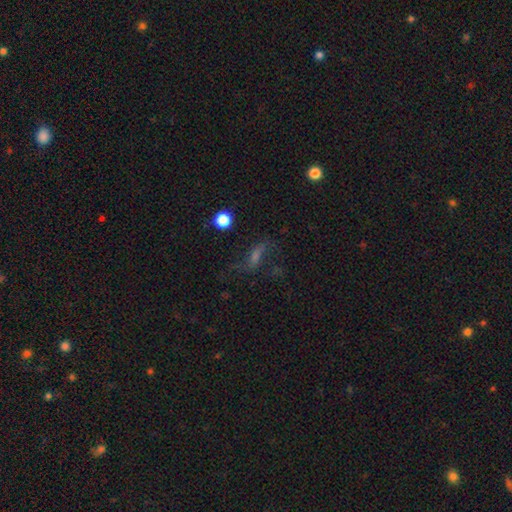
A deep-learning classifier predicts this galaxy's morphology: Q: Smooth or featured?
A: featured or disk (51%); runner-up: smooth (27%)
Q: Edge-on disk?
A: no (80%); runner-up: yes (20%)
Q: Merging?
A: none (60%); runner-up: major disturbance (19%)